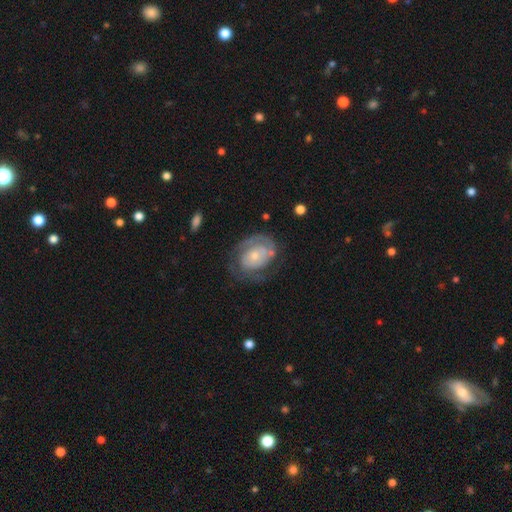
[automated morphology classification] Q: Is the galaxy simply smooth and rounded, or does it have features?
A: featured or disk — 75%.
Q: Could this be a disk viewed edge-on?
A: no — 97%.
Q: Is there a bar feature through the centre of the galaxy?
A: no — 78%.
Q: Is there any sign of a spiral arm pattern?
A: yes — 84%.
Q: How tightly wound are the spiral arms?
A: tight — 61%.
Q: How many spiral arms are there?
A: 2 — 38%.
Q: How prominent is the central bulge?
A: small — 58%.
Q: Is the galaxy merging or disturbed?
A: none — 59%.